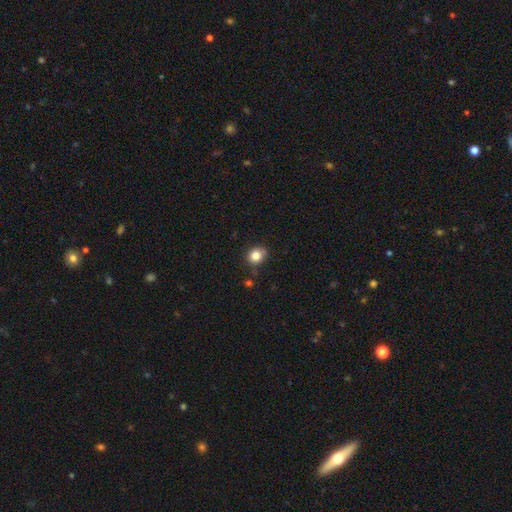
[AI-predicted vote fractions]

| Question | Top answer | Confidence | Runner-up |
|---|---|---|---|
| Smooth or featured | smooth | 82% | star or artifact (11%) |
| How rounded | round | 72% | in between (27%) |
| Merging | none | 77% | minor disturbance (16%) |